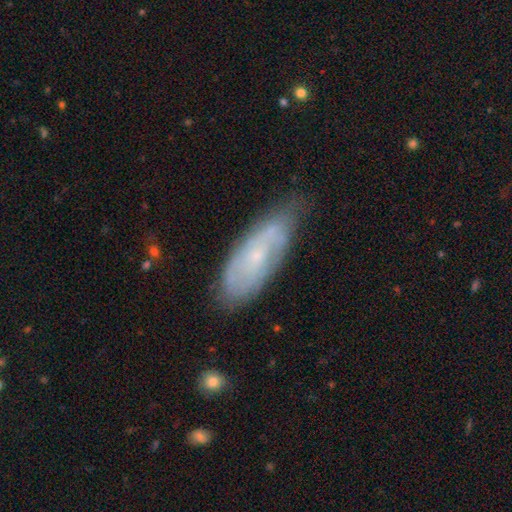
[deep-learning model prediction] Smooth or featured: featured or disk — 57% (smooth — 36%)
Edge-on disk: no — 85% (yes — 15%)
Merging: none — 66% (minor disturbance — 26%)